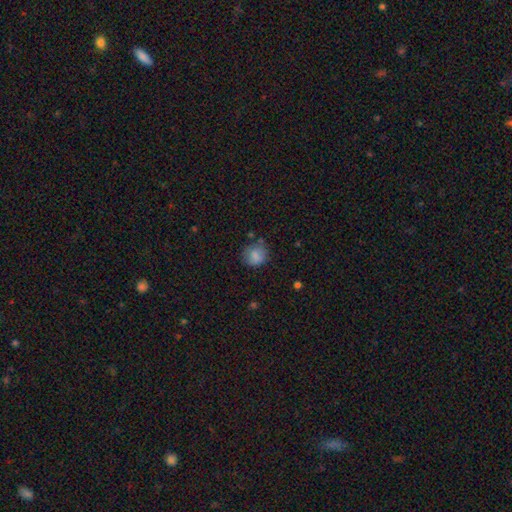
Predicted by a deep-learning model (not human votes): A smooth galaxy with no disk features (80%) that is round (75%). Merging: none (68%).